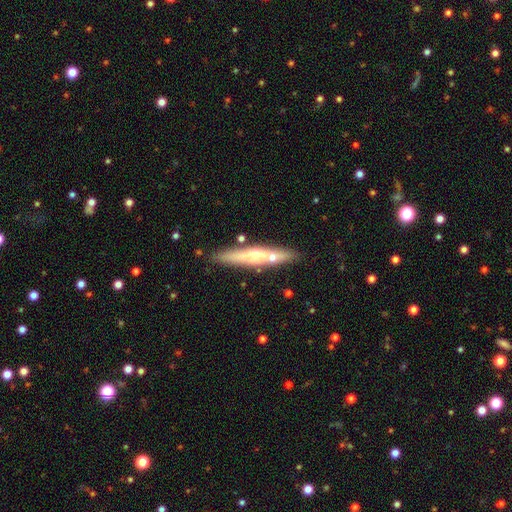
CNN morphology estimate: A featured or disk galaxy (55%) viewed edge-on (83%).

Vote fractions:
- Smooth or featured? featured or disk: 55% / smooth: 38% / star or artifact: 7%
- Edge-on disk? yes: 83% / no: 17%
- Merging? none: 77% / minor disturbance: 11% / merger: 10% / major disturbance: 3%